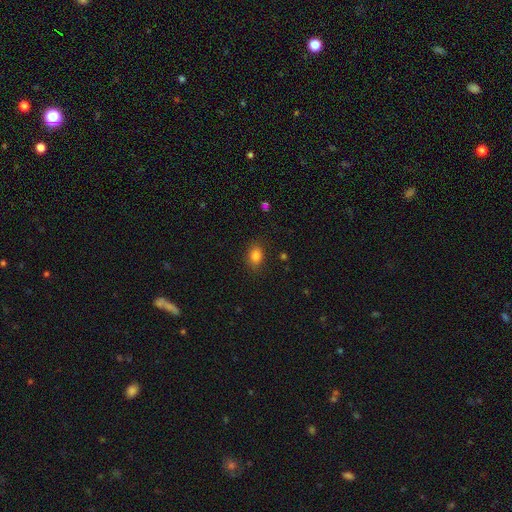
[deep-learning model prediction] The model was most divided on "how rounded": in between: 70%, round: 29%, cigar-shaped: 1%. More confident: smooth or featured — smooth (84%); merging — none (82%).